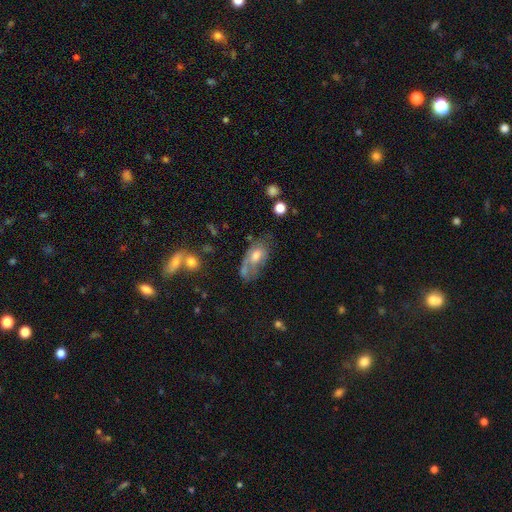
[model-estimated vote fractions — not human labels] smooth_or_featured: smooth (p=0.52) [alt: featured or disk p=0.38]
how_rounded: in between (p=0.88) [alt: round p=0.08]
merging: none (p=0.33) [alt: minor disturbance p=0.26]